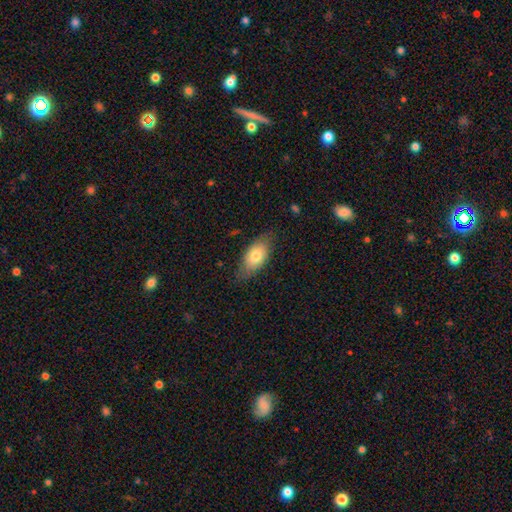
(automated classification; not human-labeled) smooth 74%, featured or disk 19%, star or artifact 6%. Down the decision tree: how rounded — in between (89%); merging — none (75%).